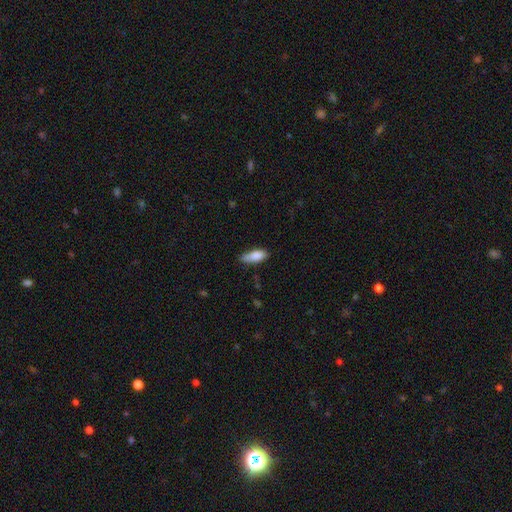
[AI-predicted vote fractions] Overall: smooth (85%). How rounded: in between (75%). Merging: none (61%; minor disturbance 31%).